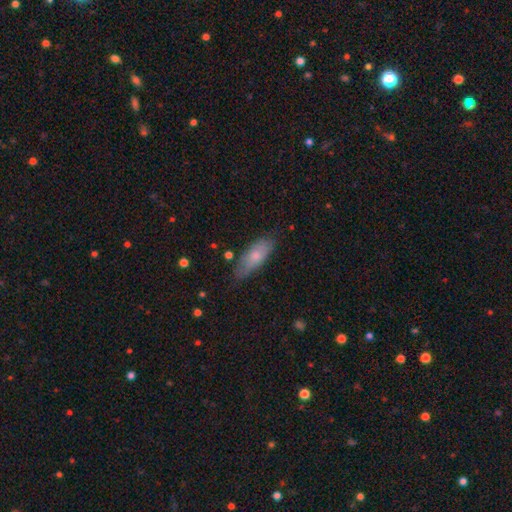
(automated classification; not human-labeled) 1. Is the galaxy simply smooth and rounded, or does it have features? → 73% smooth, 21% featured or disk, 6% star or artifact.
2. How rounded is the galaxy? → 71% in between, 26% cigar-shaped, 2% round.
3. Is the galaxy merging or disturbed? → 73% none, 21% minor disturbance, 4% major disturbance, 2% merger.